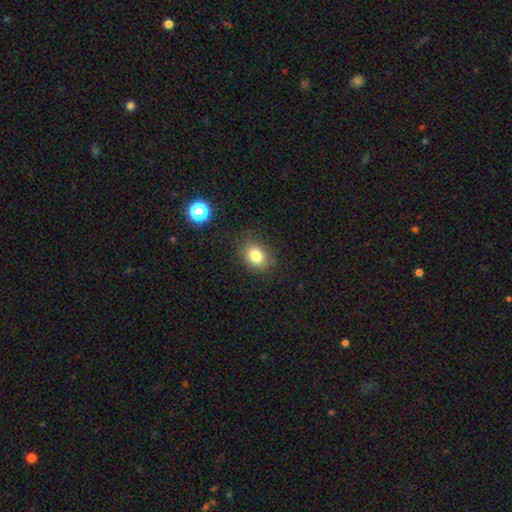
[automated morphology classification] The model was most divided on "how rounded": in between: 53%, round: 46%, cigar-shaped: 1%. More confident: merging — none (82%); smooth or featured — smooth (80%).